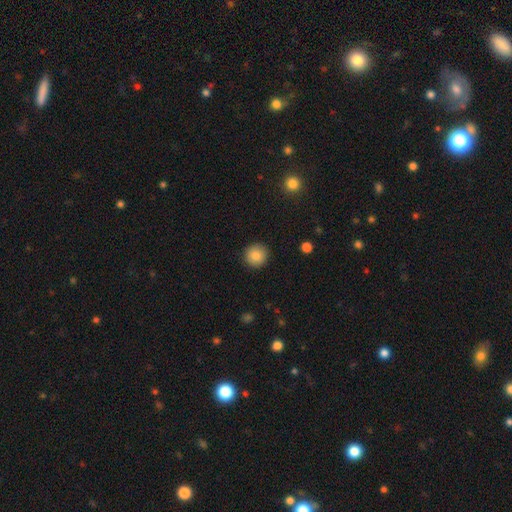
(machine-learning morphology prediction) smooth_or_featured: smooth (p=0.84) [alt: star or artifact p=0.09]
how_rounded: round (p=0.94) [alt: in between p=0.05]
merging: none (p=0.91) [alt: minor disturbance p=0.06]